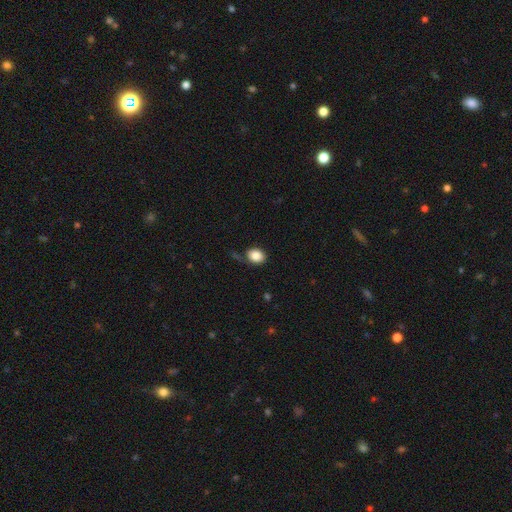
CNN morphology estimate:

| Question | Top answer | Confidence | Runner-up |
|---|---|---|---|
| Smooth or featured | smooth | 85% | star or artifact (8%) |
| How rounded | in between | 54% | round (45%) |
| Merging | none | 69% | minor disturbance (20%) |